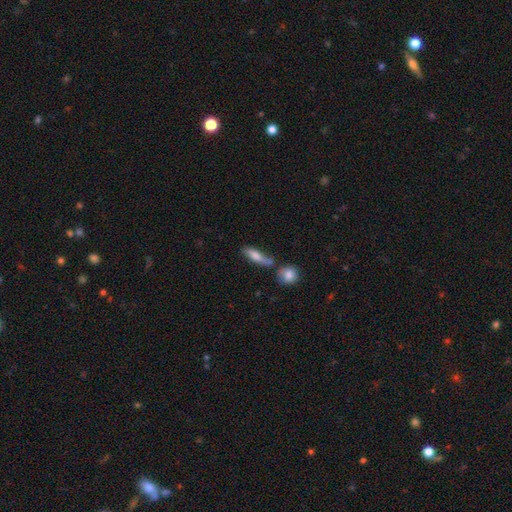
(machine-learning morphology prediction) Smooth or featured: smooth — 68% (featured or disk — 24%)
How rounded: cigar-shaped — 58% (in between — 38%)
Merging: none — 53% (merger — 22%)